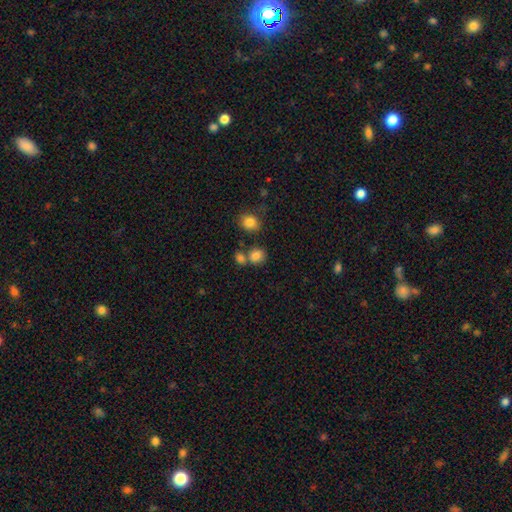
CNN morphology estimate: Smooth or featured?
  - smooth: 82% *
  - star or artifact: 11%
  - featured or disk: 6%
How rounded?
  - round: 74% *
  - in between: 25%
  - cigar-shaped: 1%
Merging?
  - none: 58% *
  - merger: 27%
  - minor disturbance: 10%
  - major disturbance: 4%